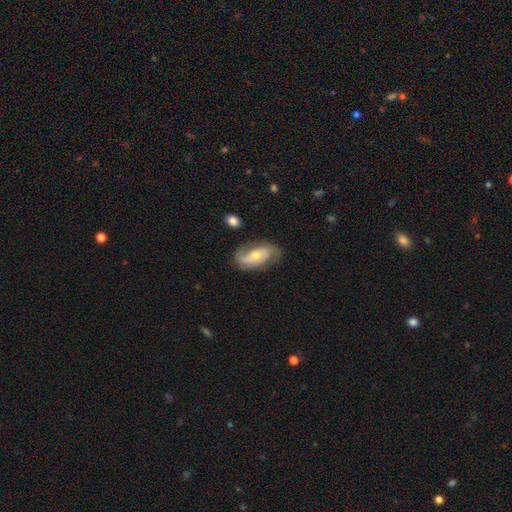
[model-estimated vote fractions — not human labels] A featured or disk galaxy (71%) with no bar (51%), 2 (79%) medium (41%) spiral arms (89%) and a moderate central bulge (55%). Merging: none (66%).